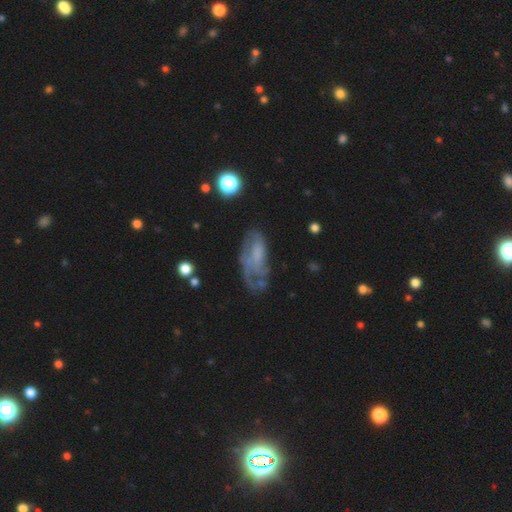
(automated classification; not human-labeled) Smooth or featured? Predicted: featured or disk (p=0.60). Edge-on disk? Predicted: no (p=0.91). Bar? Predicted: no (p=0.71). Spiral arms? Predicted: yes (p=0.66). Bulge size? Predicted: none (p=0.53). Merging? Predicted: none (p=0.44).